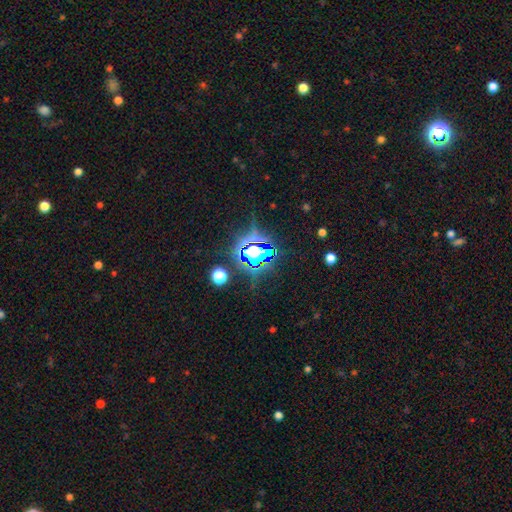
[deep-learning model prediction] Morphology: type=star or artifact (68%).